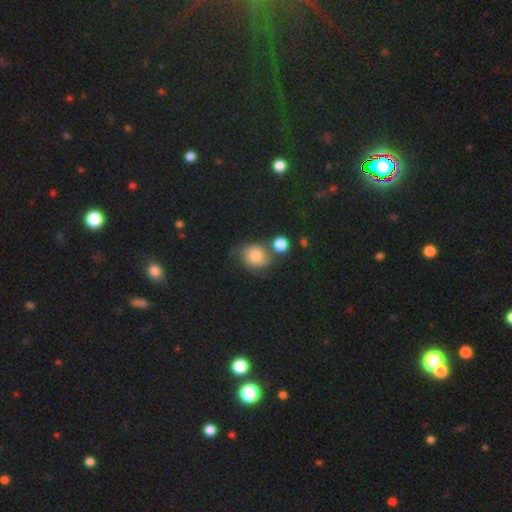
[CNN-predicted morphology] A smooth galaxy with no disk features (51%) that is round (72%). Merging: none (44%).